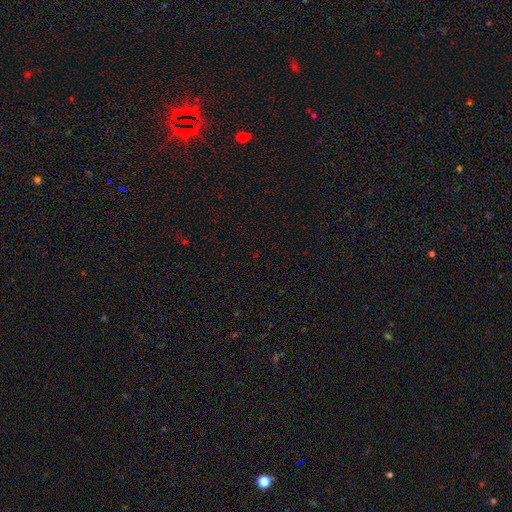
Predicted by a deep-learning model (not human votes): Q: Smooth or featured?
A: star or artifact (69%); runner-up: smooth (24%)